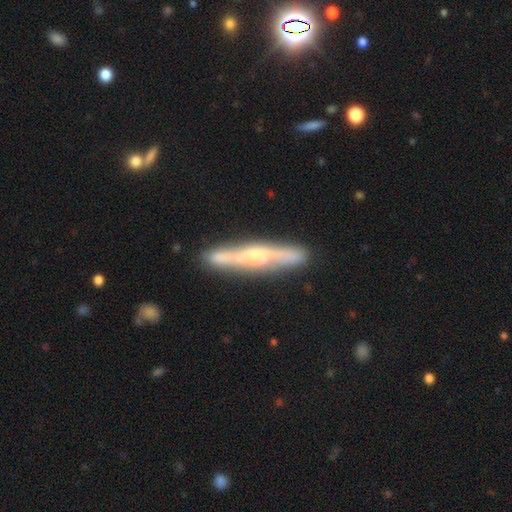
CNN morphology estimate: The model was most divided on "edge-on bulge": rounded: 54%, none: 29%, boxy: 17%. More confident: edge-on disk — yes (84%); merging — none (83%); smooth or featured — featured or disk (69%).